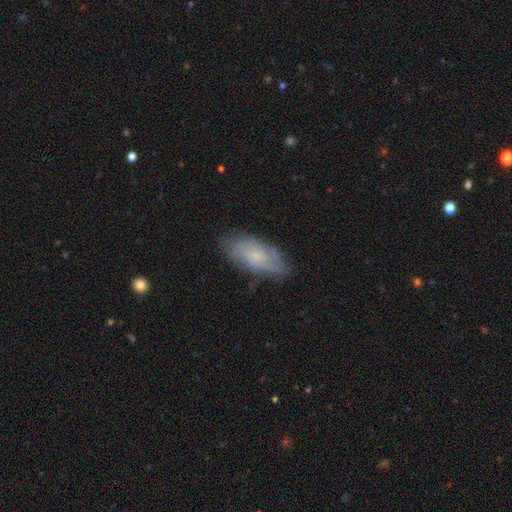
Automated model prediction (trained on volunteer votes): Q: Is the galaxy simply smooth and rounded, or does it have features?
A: featured or disk — 55%.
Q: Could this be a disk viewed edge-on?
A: no — 90%.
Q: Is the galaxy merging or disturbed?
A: none — 74%.